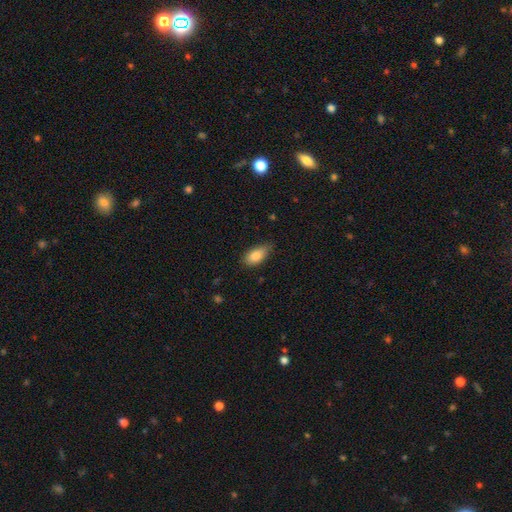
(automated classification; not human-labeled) A smooth galaxy with no disk features (86%) that is in between round and cigar-shaped (91%). Merging: none (70%).